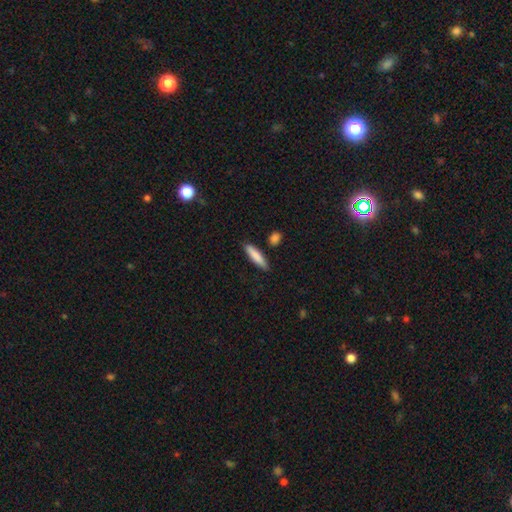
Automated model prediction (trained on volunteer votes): Smooth or featured?
  - smooth: 85% *
  - featured or disk: 10%
  - star or artifact: 5%
How rounded?
  - cigar-shaped: 78% *
  - in between: 20%
  - round: 2%
Merging?
  - none: 85% *
  - minor disturbance: 9%
  - merger: 3%
  - major disturbance: 2%